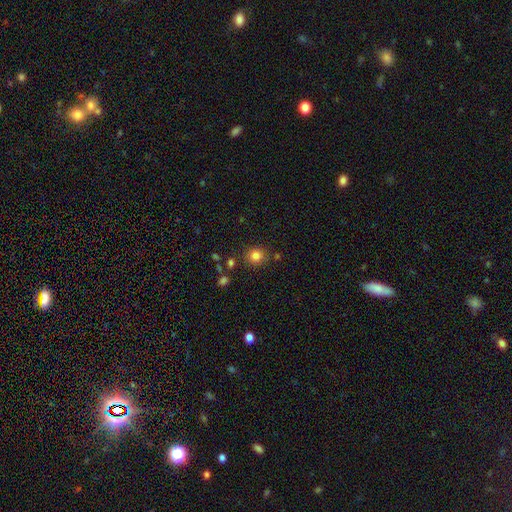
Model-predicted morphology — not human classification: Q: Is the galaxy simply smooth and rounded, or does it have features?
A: smooth — 82%.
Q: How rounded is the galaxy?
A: round — 87%.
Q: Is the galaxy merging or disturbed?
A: none — 81%.